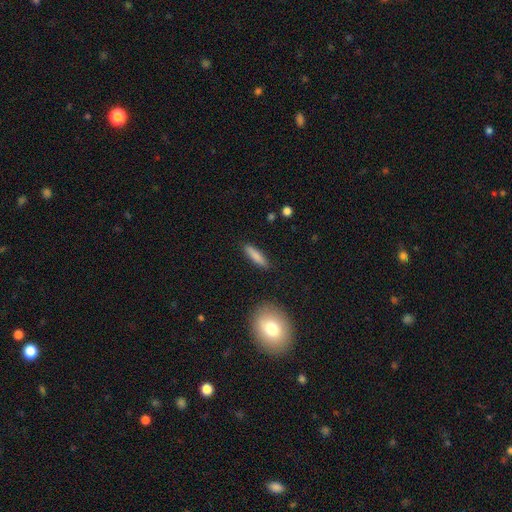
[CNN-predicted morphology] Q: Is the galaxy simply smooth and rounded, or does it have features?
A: smooth — 81%.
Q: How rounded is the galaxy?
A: cigar-shaped — 73%.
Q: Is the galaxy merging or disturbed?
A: none — 88%.